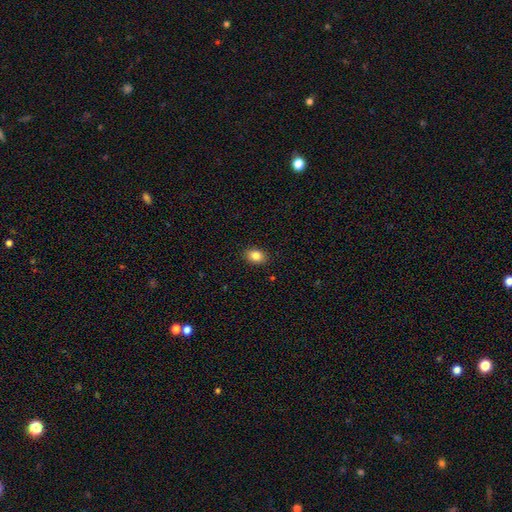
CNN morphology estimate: smooth 85%, star or artifact 9%, featured or disk 6%. Down the decision tree: how rounded — in between (75%); merging — none (89%).